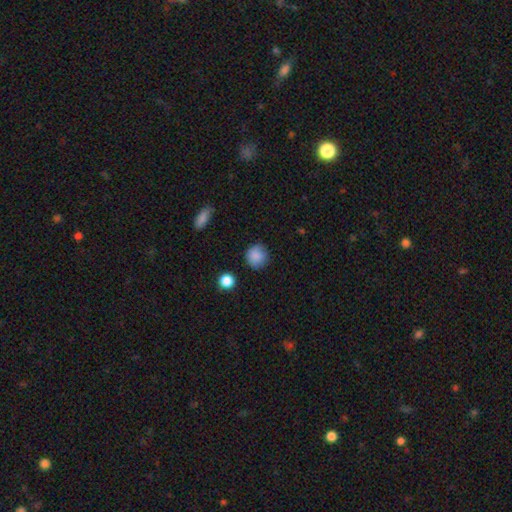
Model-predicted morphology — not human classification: Smooth or featured? Predicted: smooth (p=0.87). How rounded? Predicted: round (p=0.91). Merging? Predicted: none (p=0.85).